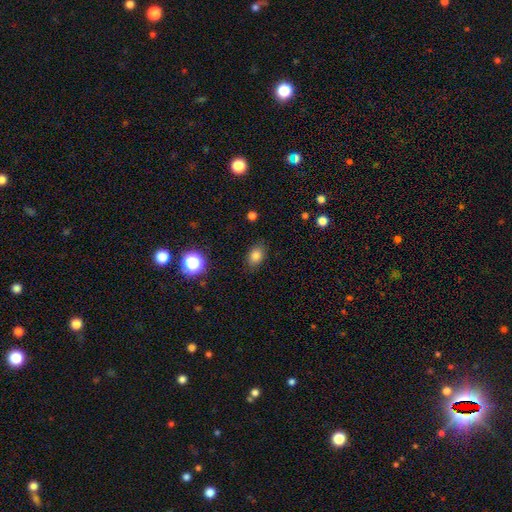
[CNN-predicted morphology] This is clearly a smooth galaxy (82%). How rounded: likely in between (73%). Merging: clearly none (83%).